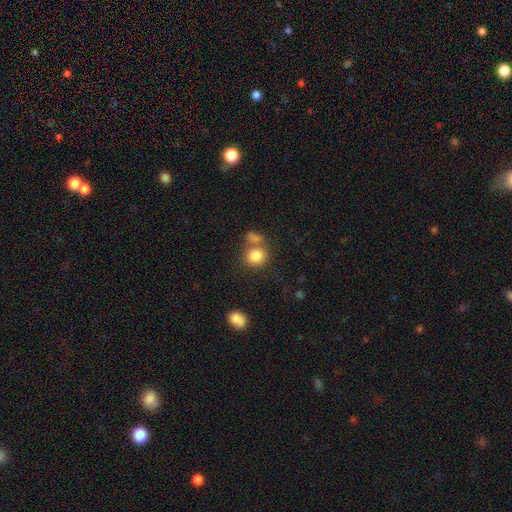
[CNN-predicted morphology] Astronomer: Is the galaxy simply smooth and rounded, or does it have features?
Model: smooth — 83%.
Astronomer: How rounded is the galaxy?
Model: round — 84%.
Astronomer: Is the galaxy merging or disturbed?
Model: none — 55%.